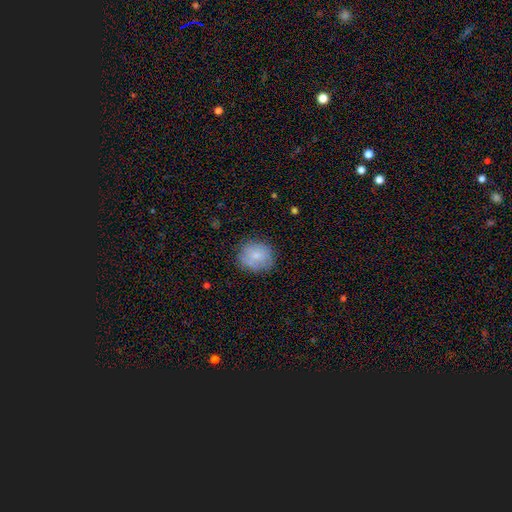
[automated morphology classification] The model was most divided on "how rounded": round: 72%, in between: 27%, cigar-shaped: 1%. More confident: merging — none (72%); smooth or featured — smooth (69%).